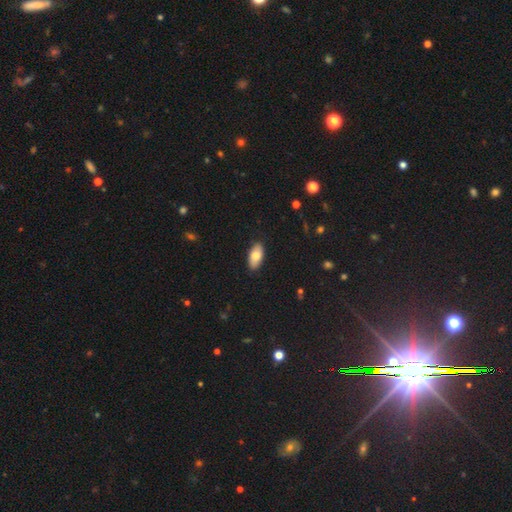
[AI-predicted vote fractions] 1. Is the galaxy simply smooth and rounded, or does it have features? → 80% smooth, 14% featured or disk, 6% star or artifact.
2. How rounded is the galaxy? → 92% in between, 5% cigar-shaped, 3% round.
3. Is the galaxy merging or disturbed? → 87% none, 10% minor disturbance, 2% major disturbance, 1% merger.